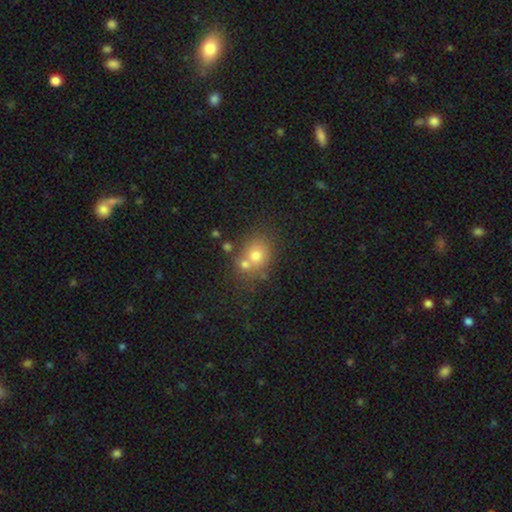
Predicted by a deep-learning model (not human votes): smooth_or_featured: smooth (p=0.70) [alt: featured or disk p=0.15]
how_rounded: round (p=0.64) [alt: in between p=0.35]
merging: none (p=0.52) [alt: merger p=0.33]